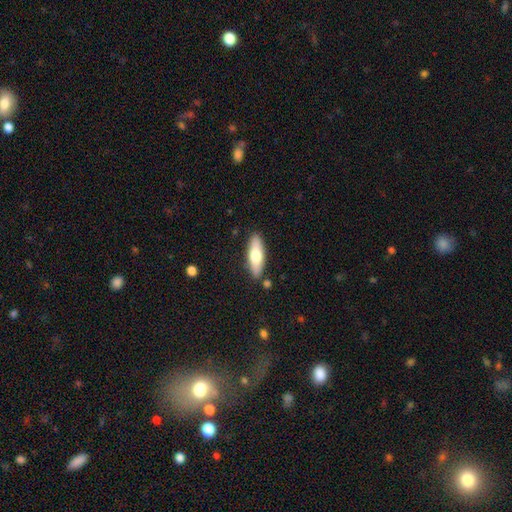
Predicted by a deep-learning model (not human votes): smooth_or_featured: smooth (p=0.68) [alt: featured or disk p=0.27]
how_rounded: in between (p=0.57) [alt: cigar-shaped p=0.41]
merging: none (p=0.85) [alt: minor disturbance p=0.10]